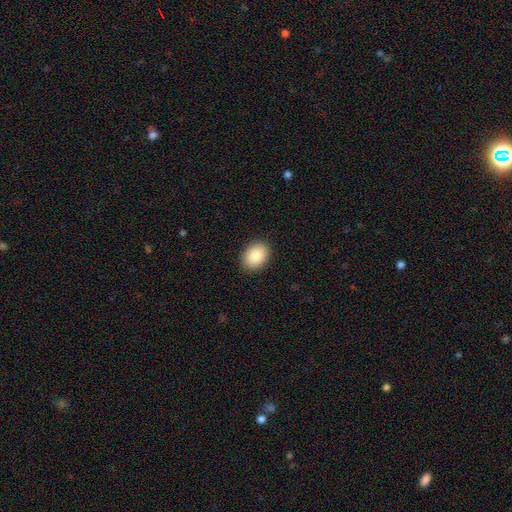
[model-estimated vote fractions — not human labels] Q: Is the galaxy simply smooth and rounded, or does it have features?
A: smooth — 86%.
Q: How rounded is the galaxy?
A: in between — 67%.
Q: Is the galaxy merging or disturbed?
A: none — 90%.